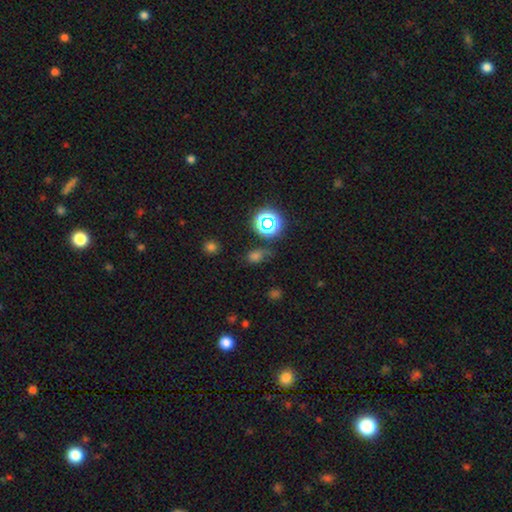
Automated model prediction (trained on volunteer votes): smooth-or-featured: smooth: 58% | star or artifact: 35% | featured or disk: 7%
  how-rounded: in between: 49% | round: 48% | cigar-shaped: 2%
  merging: none: 67% | minor disturbance: 21% | major disturbance: 9% | merger: 4%